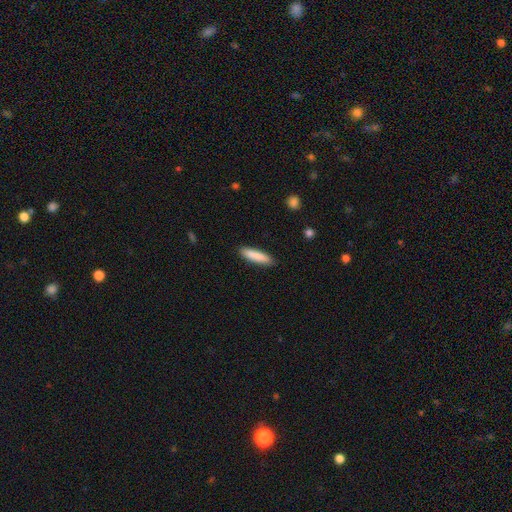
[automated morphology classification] Smooth or featured: smooth — 86% (featured or disk — 9%)
How rounded: cigar-shaped — 77% (in between — 21%)
Merging: none — 89% (minor disturbance — 8%)